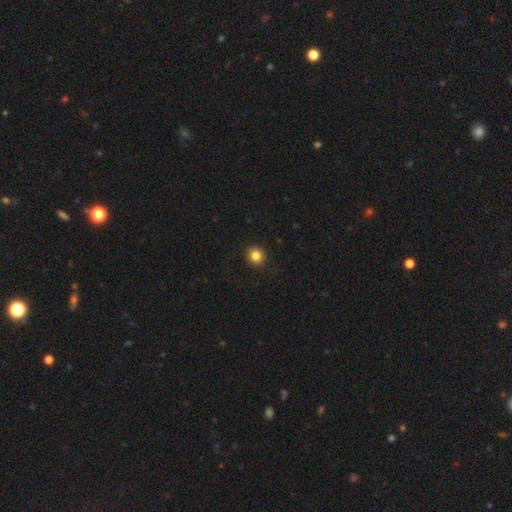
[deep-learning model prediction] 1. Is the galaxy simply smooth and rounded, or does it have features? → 84% smooth, 11% star or artifact, 5% featured or disk.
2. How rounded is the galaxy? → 93% round, 7% in between, 1% cigar-shaped.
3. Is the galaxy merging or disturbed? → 92% none, 5% minor disturbance, 2% major disturbance, 1% merger.